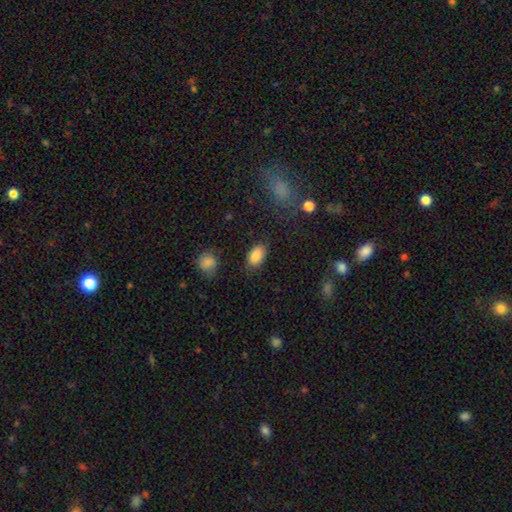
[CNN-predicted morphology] type=smooth (86%); roundness=in between (91%); merging=none (78%).